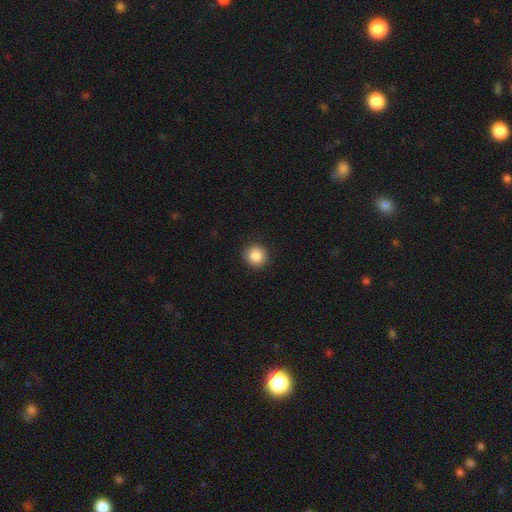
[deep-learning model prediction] Smooth or featured? Predicted: smooth (p=0.87). How rounded? Predicted: round (p=0.94). Merging? Predicted: none (p=0.92).